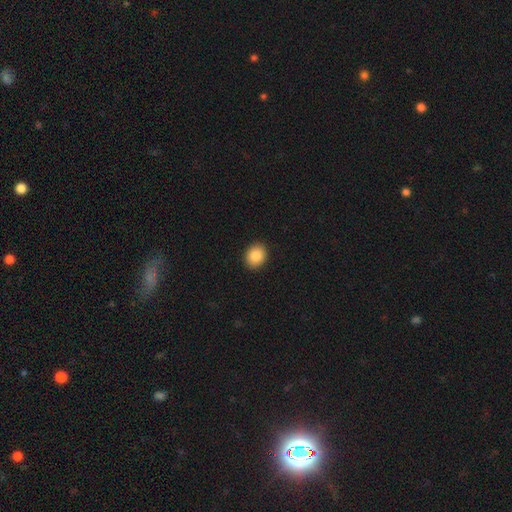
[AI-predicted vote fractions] Morphology: type=smooth (87%); roundness=round (56%); merging=none (92%).